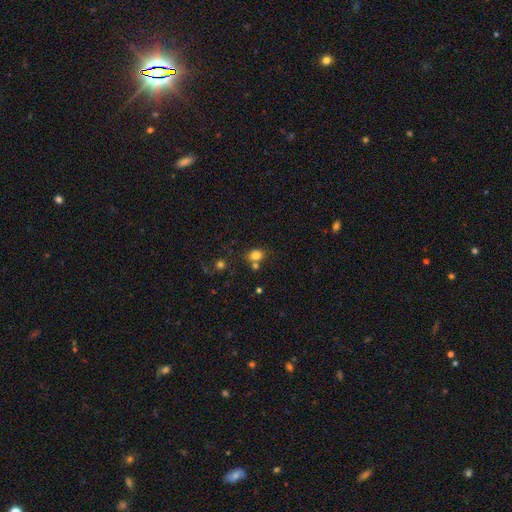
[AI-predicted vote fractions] Smooth or featured?
  - smooth: 80% *
  - star or artifact: 13%
  - featured or disk: 7%
How rounded?
  - round: 51% *
  - in between: 47%
  - cigar-shaped: 1%
Merging?
  - none: 61% *
  - merger: 22%
  - minor disturbance: 13%
  - major disturbance: 4%